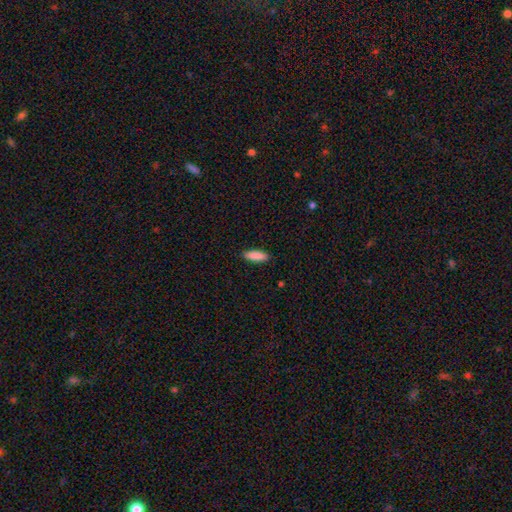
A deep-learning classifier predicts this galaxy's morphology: smooth-or-featured: smooth: 89% | star or artifact: 6% | featured or disk: 5%
  how-rounded: in between: 49% (tied) | cigar-shaped: 49% (tied) | round: 2%
  merging: none: 89% | minor disturbance: 8% | major disturbance: 2% | merger: 1%